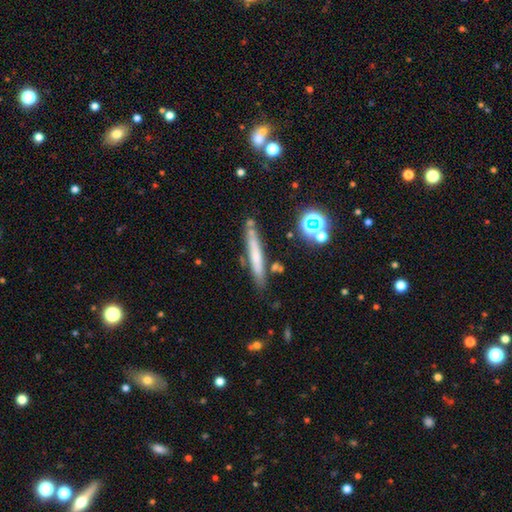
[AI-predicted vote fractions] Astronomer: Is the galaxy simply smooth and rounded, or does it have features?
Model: smooth — 53% (runner-up: featured or disk, 36%).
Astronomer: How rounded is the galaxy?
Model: cigar-shaped — 94%.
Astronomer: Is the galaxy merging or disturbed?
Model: none — 76%.